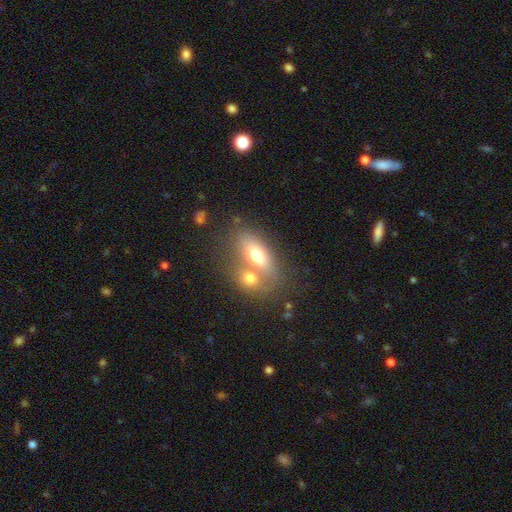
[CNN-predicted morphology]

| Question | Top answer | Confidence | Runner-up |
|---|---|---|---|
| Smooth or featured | smooth | 66% | featured or disk (25%) |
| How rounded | in between | 79% | round (10%) |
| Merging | merger | 52% | none (34%) |